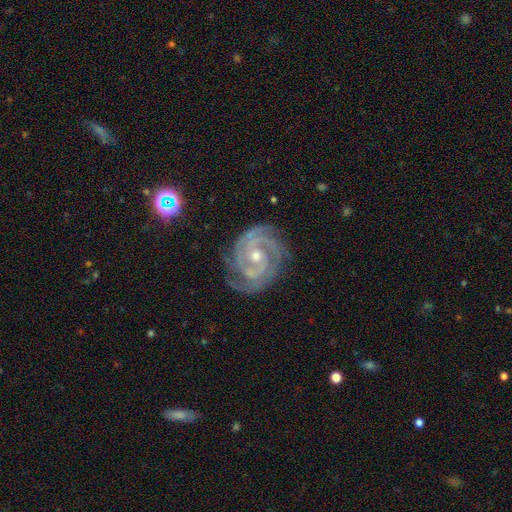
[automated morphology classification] The model was most divided on "bulge size": moderate: 49%, small: 48%, large: 1%, none: 1%, dominant: 1%. Remaining: spiral arms — yes (99%); edge-on disk — no (98%); smooth or featured — featured or disk (92%); merging — none (78%); spiral winding — tight (76%); bar — no (57%); spiral arm count — 2 (40%).